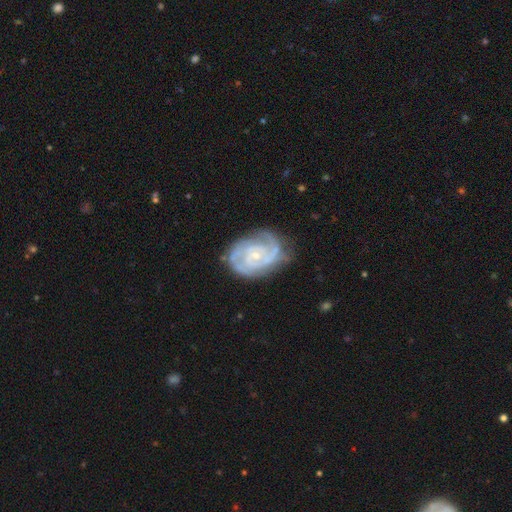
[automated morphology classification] This is clearly a featured or disk galaxy (89%). It is clearly not viewed edge-on (98%). Bar: likely no (68%). Spiral arm pattern: clearly yes (97%). Spiral arm count: marginally 2 (45%). Spiral winding: likely tight (65%). Central bulge: likely small (75%). Merging: likely none (69%).